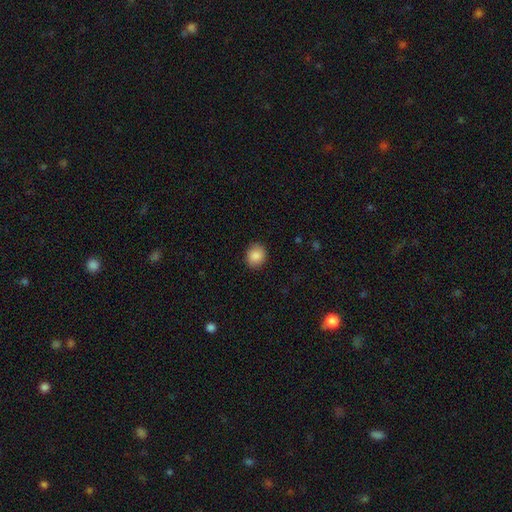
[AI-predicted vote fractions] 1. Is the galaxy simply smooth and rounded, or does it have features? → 88% smooth, 8% star or artifact, 4% featured or disk.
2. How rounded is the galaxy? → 64% round, 36% in between, 1% cigar-shaped.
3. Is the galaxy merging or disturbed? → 88% none, 8% minor disturbance, 2% major disturbance, 1% merger.